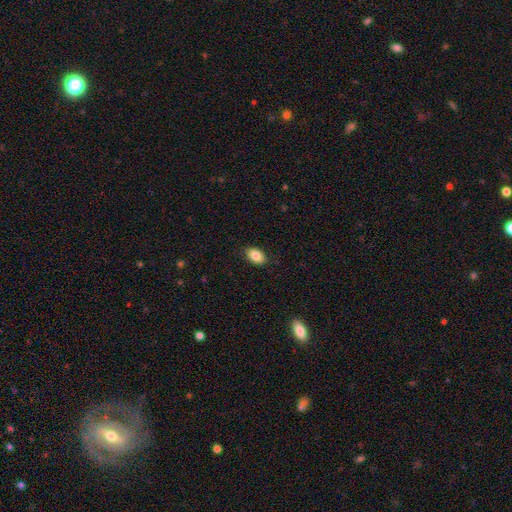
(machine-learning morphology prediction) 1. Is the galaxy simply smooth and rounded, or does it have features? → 86% smooth, 8% star or artifact, 7% featured or disk.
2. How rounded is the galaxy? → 88% in between, 11% round, 1% cigar-shaped.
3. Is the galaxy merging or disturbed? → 86% none, 11% minor disturbance, 2% major disturbance, 1% merger.